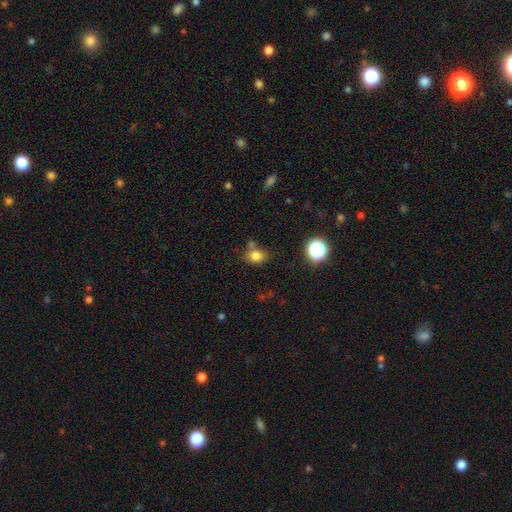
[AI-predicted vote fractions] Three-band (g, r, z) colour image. It shows a smooth galaxy with no disk features (79%) that is in between round and cigar-shaped (51%). Merging: none (64%).